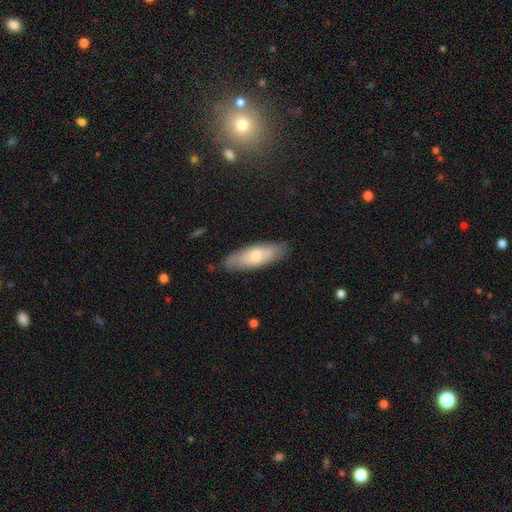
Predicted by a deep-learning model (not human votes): A smooth galaxy with no disk features (66%) that is in between round and cigar-shaped (62%). Merging: none (80%).